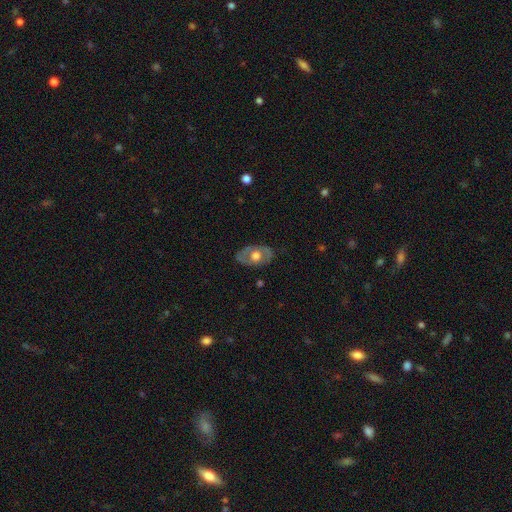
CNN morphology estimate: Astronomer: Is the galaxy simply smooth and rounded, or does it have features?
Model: featured or disk — 55% (runner-up: smooth, 39%).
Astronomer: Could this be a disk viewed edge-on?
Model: no — 90%.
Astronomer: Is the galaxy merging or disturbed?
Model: none — 76%.